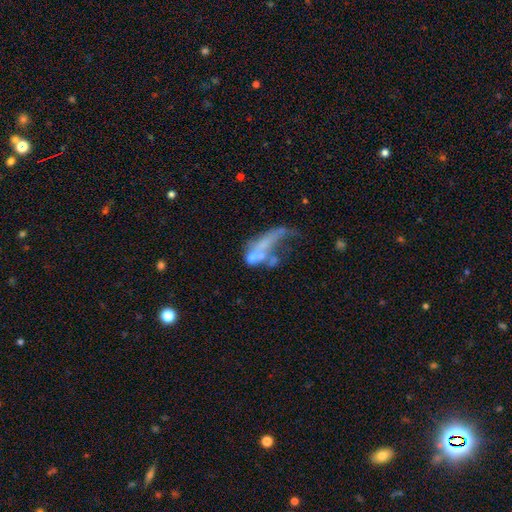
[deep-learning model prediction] A featured or disk galaxy (48%). Merging: merger (39%).